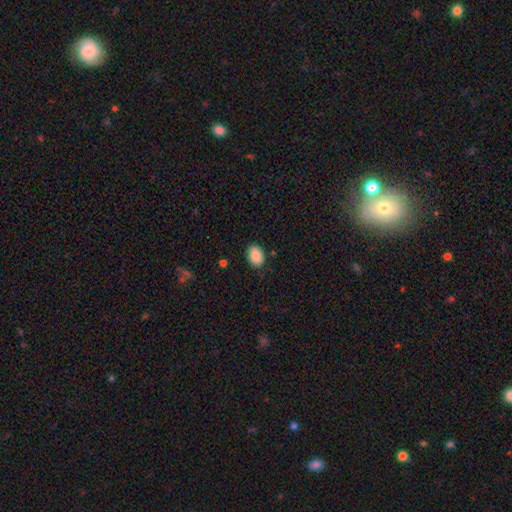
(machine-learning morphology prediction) Q: Smooth or featured?
A: smooth (89%); runner-up: star or artifact (7%)
Q: How rounded?
A: in between (81%); runner-up: round (18%)
Q: Merging?
A: none (85%); runner-up: minor disturbance (11%)